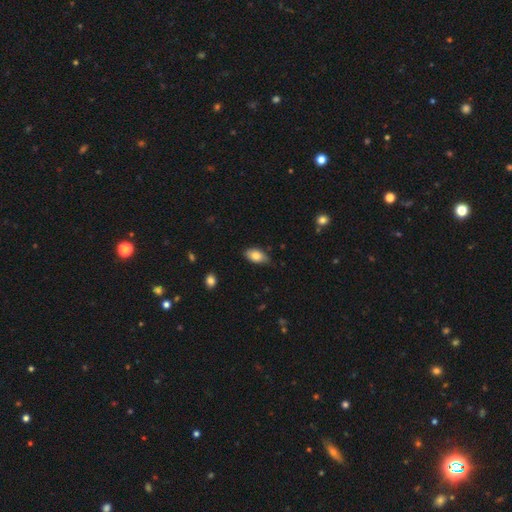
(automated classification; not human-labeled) smooth 82%, featured or disk 11%, star or artifact 7%. Down the decision tree: how rounded — in between (93%); merging — none (74%).